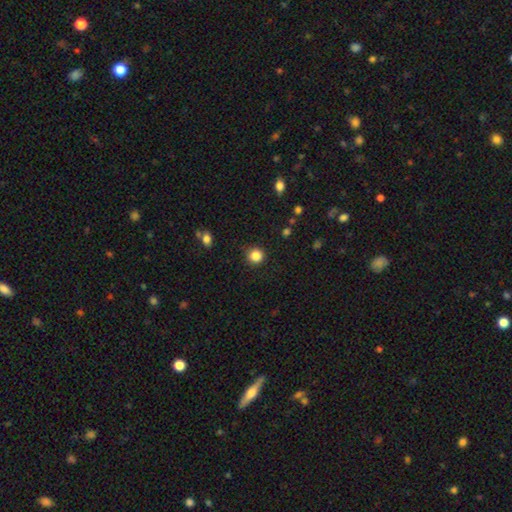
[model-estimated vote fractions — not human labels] Smooth or featured: smooth — 85% (star or artifact — 11%)
How rounded: round — 94% (in between — 5%)
Merging: none — 92% (minor disturbance — 5%)